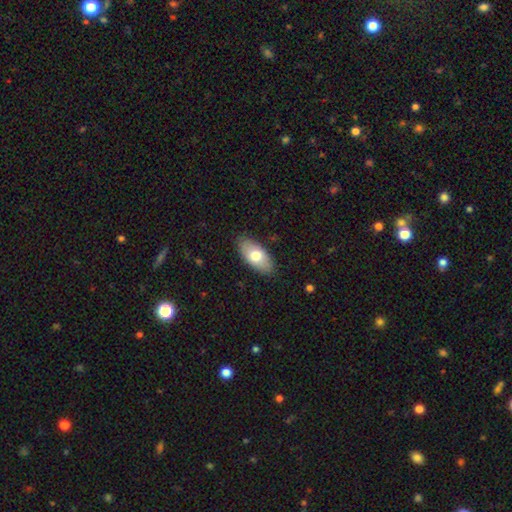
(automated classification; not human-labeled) This appears to be a smooth galaxy with no disk features (74%) that is in between round and cigar-shaped (92%). Merging: none (86%).